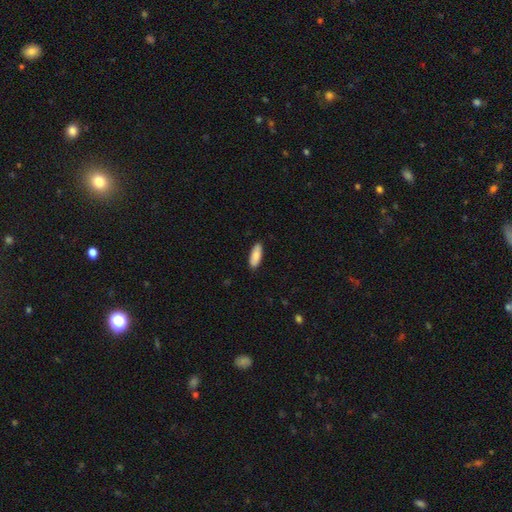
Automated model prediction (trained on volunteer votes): smooth 87%, featured or disk 7%, star or artifact 6%. Down the decision tree: how rounded — in between (67%); merging — none (89%).